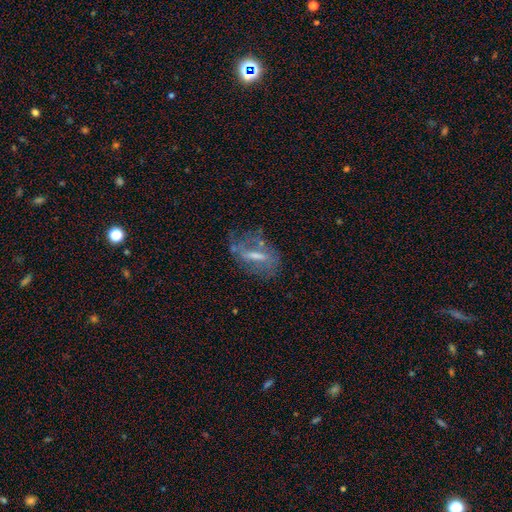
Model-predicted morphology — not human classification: smooth-or-featured: featured or disk: 60% | smooth: 29% | star or artifact: 11%
  disk-edge-on: no: 83% | yes: 17%
  merging: none: 53% | minor disturbance: 24% | major disturbance: 19% | merger: 4%